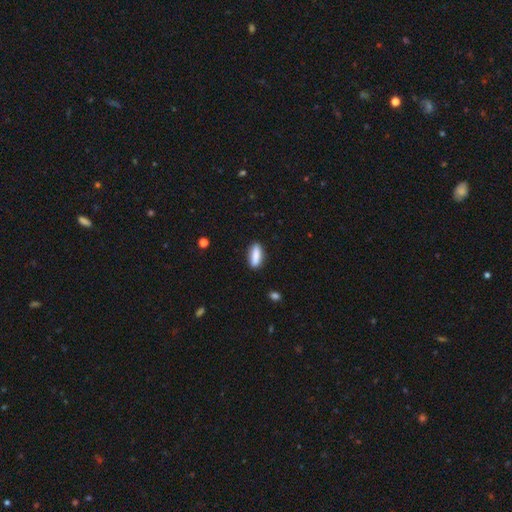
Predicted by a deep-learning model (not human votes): smooth_or_featured: smooth (p=0.85) [alt: featured or disk p=0.09]
how_rounded: in between (p=0.60) [alt: cigar-shaped p=0.38]
merging: none (p=0.84) [alt: minor disturbance p=0.11]